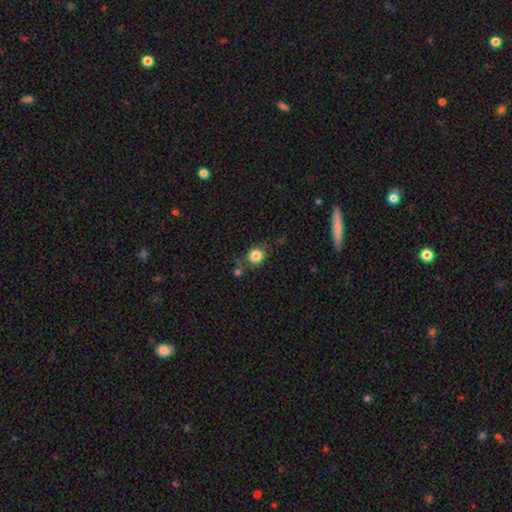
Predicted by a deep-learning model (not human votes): The model was most divided on "how rounded": round: 78%, in between: 21%, cigar-shaped: 1%. More confident: smooth or featured — smooth (84%); merging — none (74%).